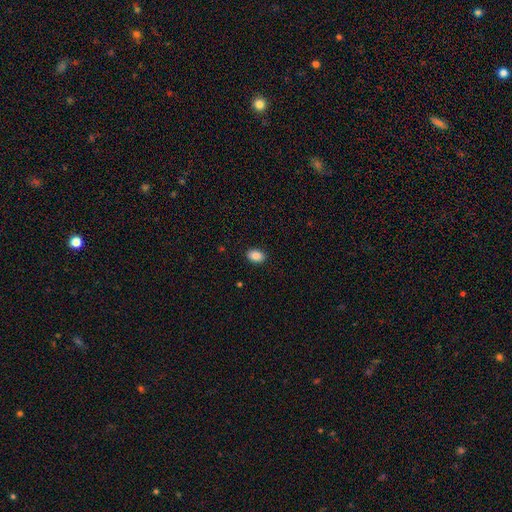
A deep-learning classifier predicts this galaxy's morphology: Overall: smooth (87%). How rounded: in between (83%). Merging: none (90%).